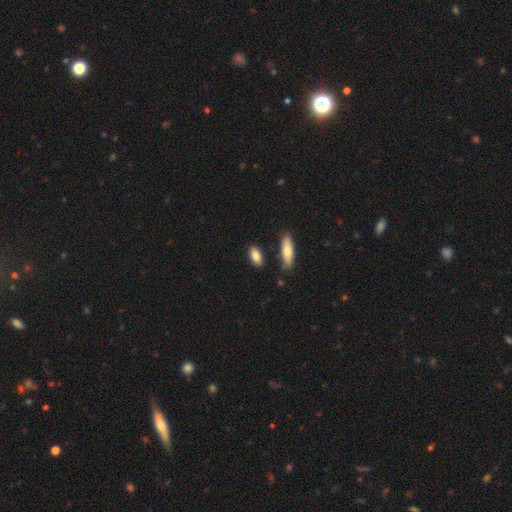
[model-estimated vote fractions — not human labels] smooth-or-featured: smooth: 83% | featured or disk: 11% | star or artifact: 7%
  how-rounded: in between: 83% | cigar-shaped: 14% | round: 3%
  merging: none: 80% | minor disturbance: 11% | merger: 5% | major disturbance: 3%